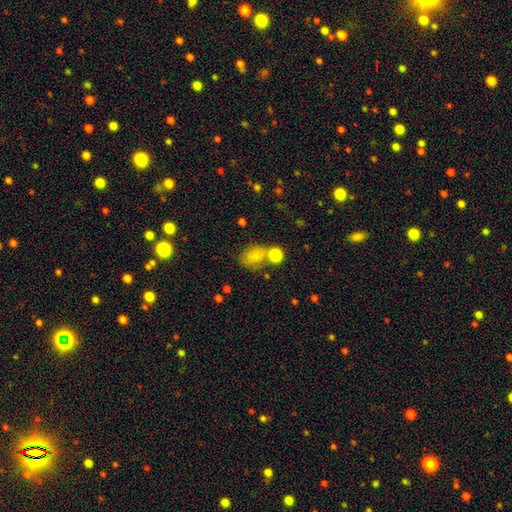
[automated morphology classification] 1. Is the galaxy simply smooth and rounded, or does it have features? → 77% smooth, 11% star or artifact, 11% featured or disk.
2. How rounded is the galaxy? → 58% in between, 40% round, 1% cigar-shaped.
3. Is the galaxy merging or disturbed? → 47% none, 31% merger, 15% minor disturbance, 7% major disturbance.